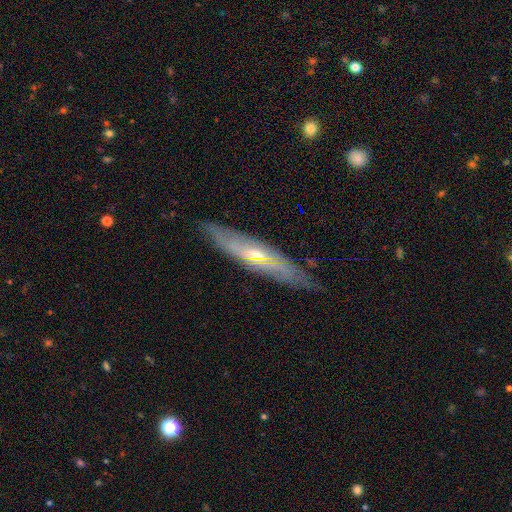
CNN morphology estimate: smooth_or_featured: featured or disk (p=0.65) [alt: smooth p=0.27]
disk_edge_on: yes (p=0.60) [alt: no p=0.40]
merging: none (p=0.79) [alt: minor disturbance p=0.15]